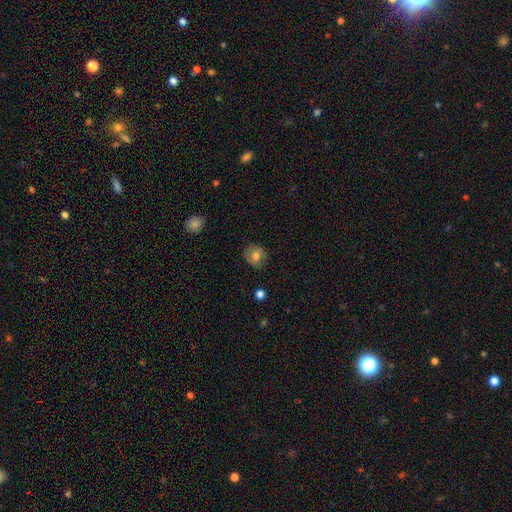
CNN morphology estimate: A smooth galaxy with no disk features (76%) that is round (74%).

Vote fractions:
- Smooth or featured? smooth: 76% / featured or disk: 14% / star or artifact: 9%
- How rounded? round: 74% / in between: 25% / cigar-shaped: 1%
- Merging? none: 80% / minor disturbance: 15% / major disturbance: 3% / merger: 1%